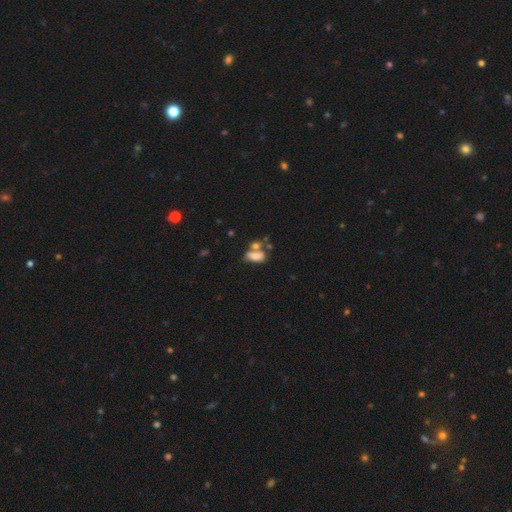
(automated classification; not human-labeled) A smooth galaxy with no disk features (72%) that is in between round and cigar-shaped (85%).

Vote fractions:
- Smooth or featured? smooth: 72% / featured or disk: 17% / star or artifact: 11%
- How rounded? in between: 85% / cigar-shaped: 8% / round: 7%
- Merging? merger: 43% / none: 31% / minor disturbance: 16% / major disturbance: 11%